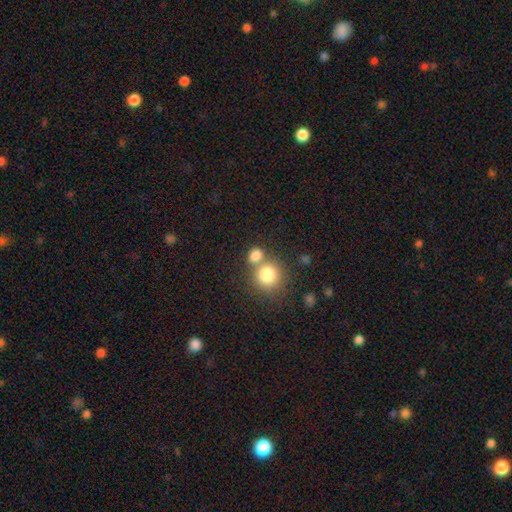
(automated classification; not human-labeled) Overall: smooth (81%). How rounded: round (72%). Merging: none (47%; merger 42%).